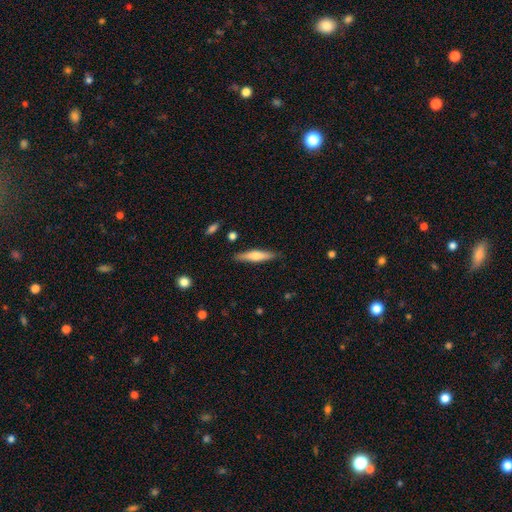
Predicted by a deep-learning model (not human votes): Smooth or featured?
  - smooth: 51% *
  - featured or disk: 43%
  - star or artifact: 6%
How rounded?
  - cigar-shaped: 82% *
  - in between: 16%
  - round: 2%
Merging?
  - none: 87% *
  - minor disturbance: 9%
  - major disturbance: 2%
  - merger: 2%